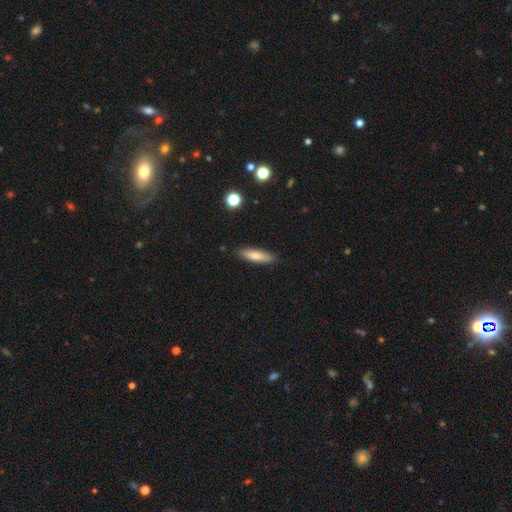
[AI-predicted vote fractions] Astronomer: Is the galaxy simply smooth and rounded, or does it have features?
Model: smooth — 76%.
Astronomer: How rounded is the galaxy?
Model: cigar-shaped — 68%.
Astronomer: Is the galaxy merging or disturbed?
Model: none — 87%.